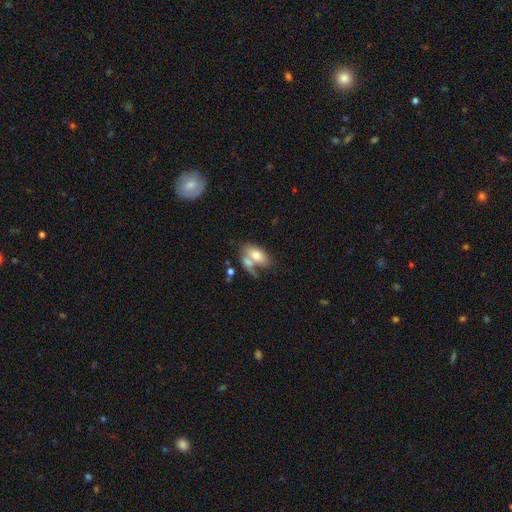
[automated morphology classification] This appears to be a smooth galaxy with no disk features (71%) that is in between round and cigar-shaped (89%). Merging: merger (47%).